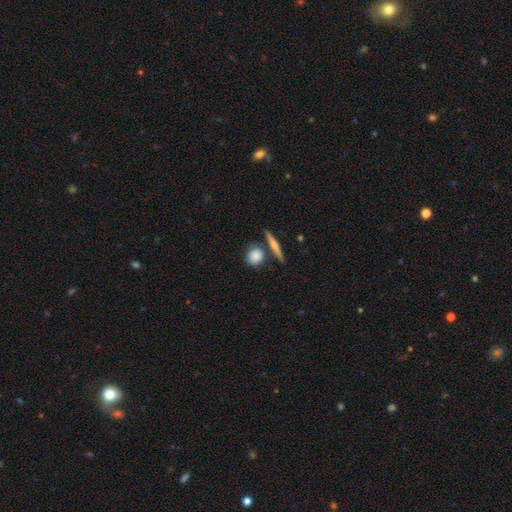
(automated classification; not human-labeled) Smooth or featured?
  - smooth: 80% *
  - featured or disk: 13%
  - star or artifact: 7%
How rounded?
  - round: 80% *
  - in between: 15%
  - cigar-shaped: 6%
Merging?
  - none: 71% *
  - merger: 13%
  - minor disturbance: 12%
  - major disturbance: 3%